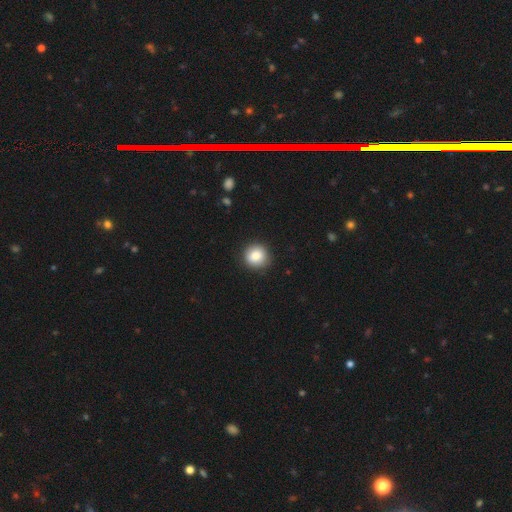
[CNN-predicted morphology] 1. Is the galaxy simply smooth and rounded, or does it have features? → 85% smooth, 9% star or artifact, 6% featured or disk.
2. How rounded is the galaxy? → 92% round, 7% in between, 1% cigar-shaped.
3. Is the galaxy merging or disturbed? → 90% none, 7% minor disturbance, 2% major disturbance, 1% merger.